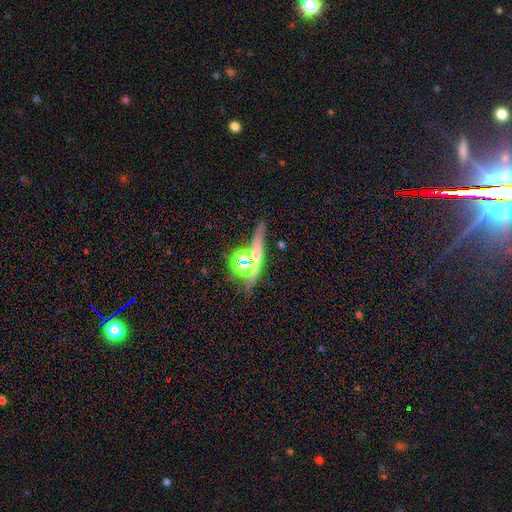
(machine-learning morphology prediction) Smooth or featured: featured or disk — 34% (star or artifact — 33%)
Merging: none — 56% (merger — 22%)